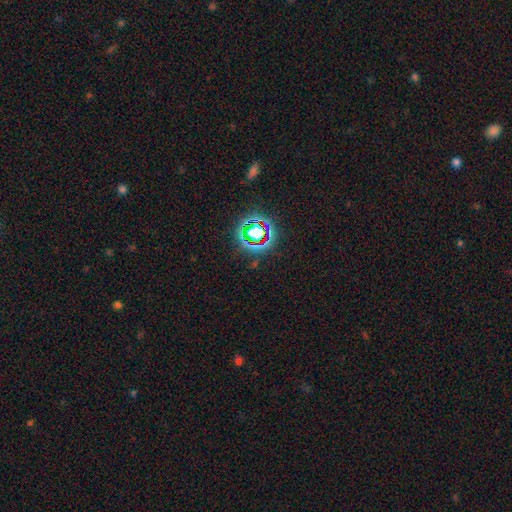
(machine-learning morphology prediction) Q: Smooth or featured?
A: star or artifact (77%); runner-up: smooth (14%)